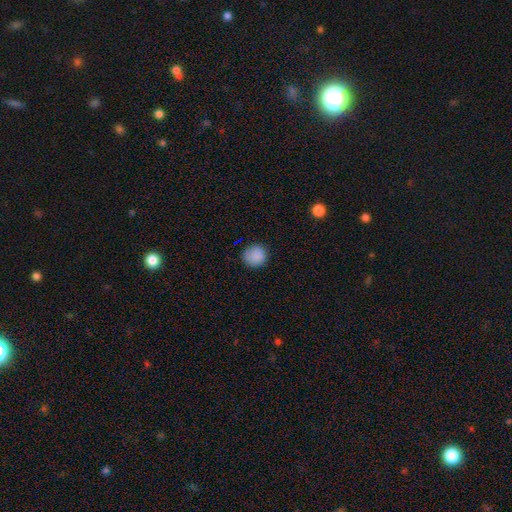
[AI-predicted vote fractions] smooth_or_featured: smooth (p=0.88) [alt: star or artifact p=0.09]
how_rounded: round (p=0.93) [alt: in between p=0.06]
merging: none (p=0.86) [alt: minor disturbance p=0.10]